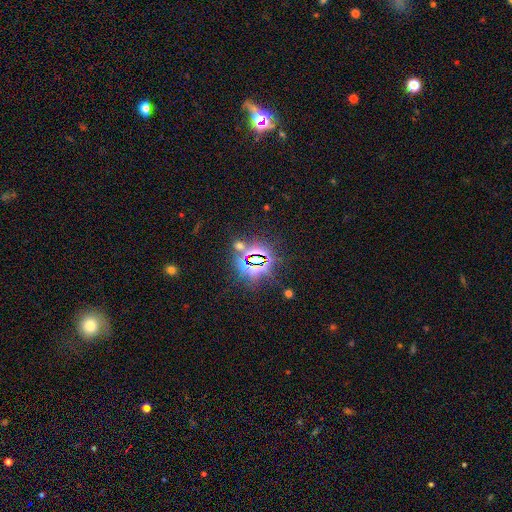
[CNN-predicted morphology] This is clearly a star or artifact rather than a galaxy (83%).